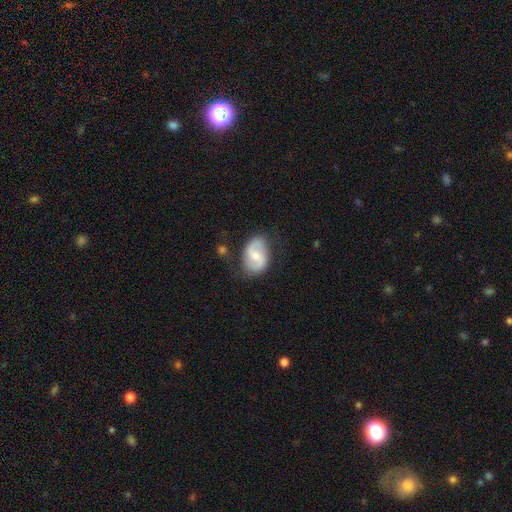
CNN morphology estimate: A featured or disk galaxy (67%) with a weak bar (50%), 2 (89%) medium (44%) spiral arms (89%) and a moderate central bulge (56%). Merging: none (73%).